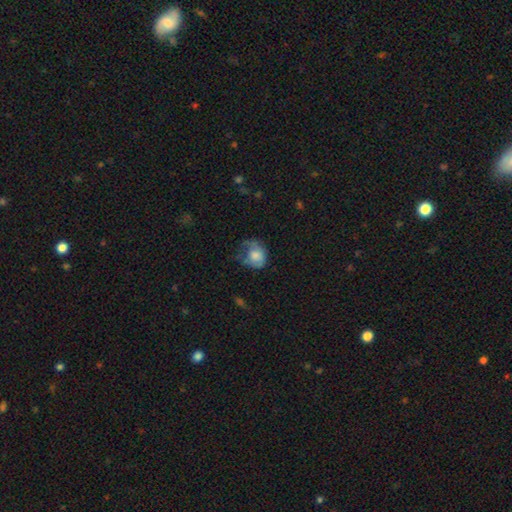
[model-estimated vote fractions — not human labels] Overall: smooth (63%; featured or disk 29%). How rounded: round (50%; in between 49%). Merging: major disturbance (34%; minor disturbance 33%).